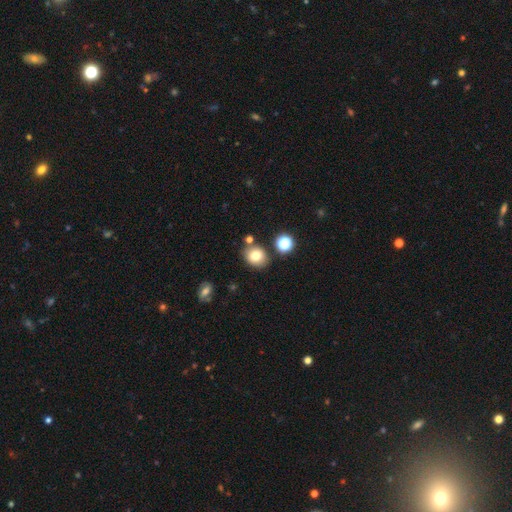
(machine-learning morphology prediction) smooth-or-featured: smooth: 76% | star or artifact: 13% | featured or disk: 11%
  how-rounded: round: 67% | in between: 32% | cigar-shaped: 1%
  merging: none: 77% | minor disturbance: 11% | merger: 9% | major disturbance: 3%